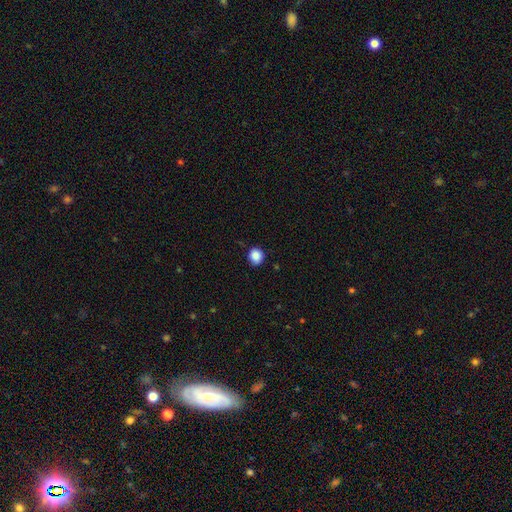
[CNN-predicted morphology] Smooth or featured? smooth (87%)
How rounded? round (84%)
Merging? none (86%)